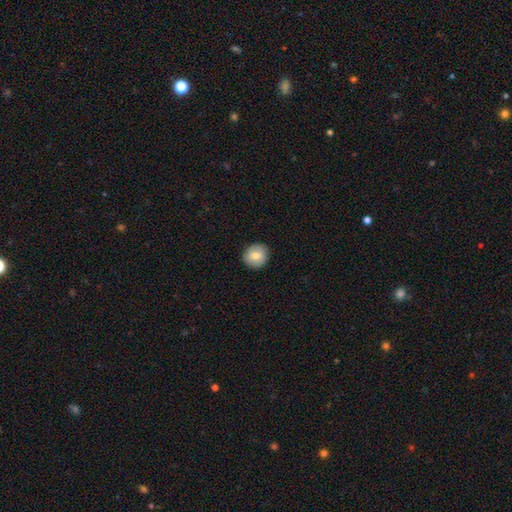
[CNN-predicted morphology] Smooth or featured: smooth — 76% (featured or disk — 17%)
How rounded: round — 88% (in between — 11%)
Merging: none — 90% (minor disturbance — 7%)